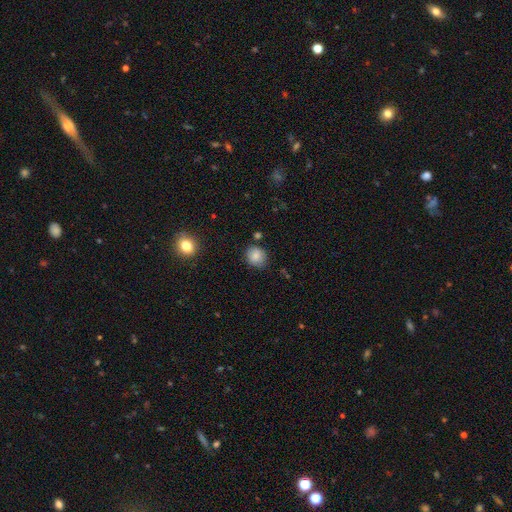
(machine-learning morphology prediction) Q: Smooth or featured?
A: smooth (84%); runner-up: star or artifact (10%)
Q: How rounded?
A: round (73%); runner-up: in between (26%)
Q: Merging?
A: none (79%); runner-up: minor disturbance (15%)